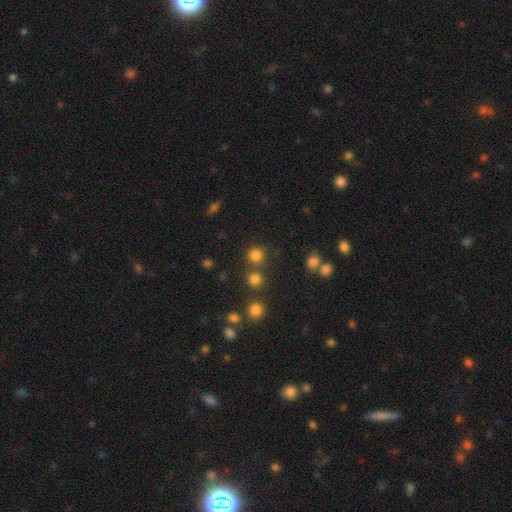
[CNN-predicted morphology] Smooth or featured: smooth — 79% (star or artifact — 16%)
How rounded: round — 91% (in between — 8%)
Merging: none — 75% (merger — 14%)